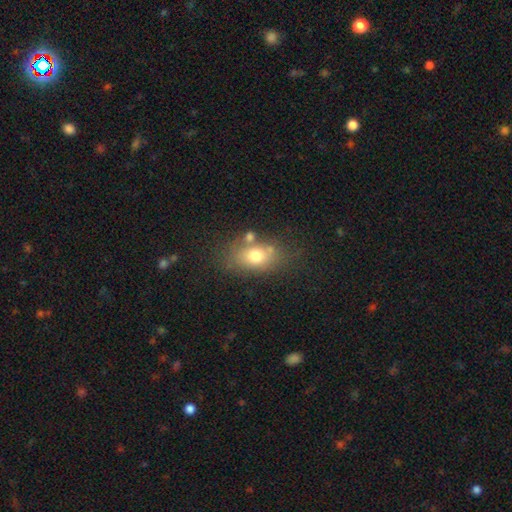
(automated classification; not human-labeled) The model was most divided on "merging": none: 60%, minor disturbance: 17%, merger: 15%, major disturbance: 8%. More confident: how rounded — in between (74%); smooth or featured — smooth (71%).